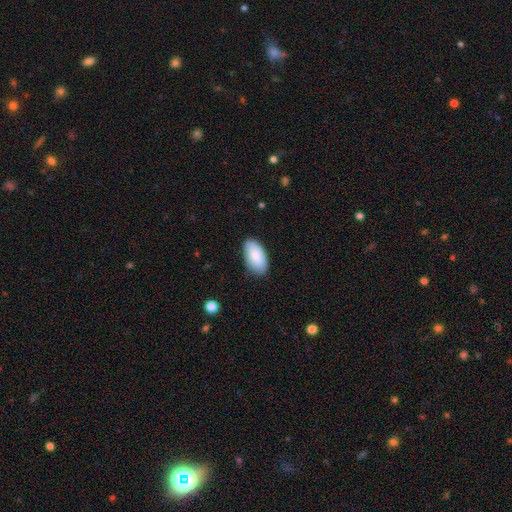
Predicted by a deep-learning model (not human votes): Q: Smooth or featured?
A: smooth (86%); runner-up: featured or disk (8%)
Q: How rounded?
A: in between (95%); runner-up: cigar-shaped (2%)
Q: Merging?
A: none (84%); runner-up: minor disturbance (13%)